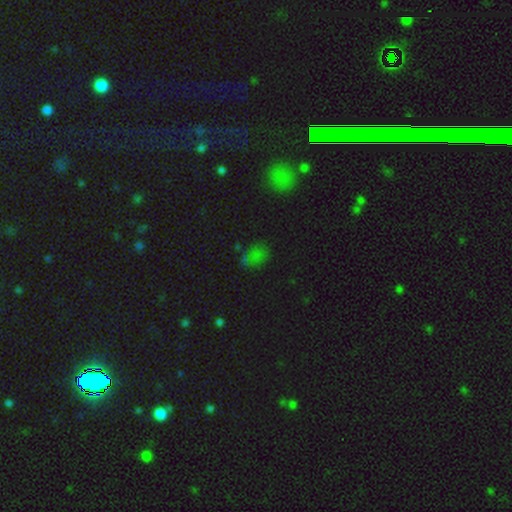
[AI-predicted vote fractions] smooth_or_featured: smooth (p=0.57) [alt: star or artifact p=0.32]
how_rounded: in between (p=0.68) [alt: round p=0.29]
merging: none (p=0.61) [alt: minor disturbance p=0.21]